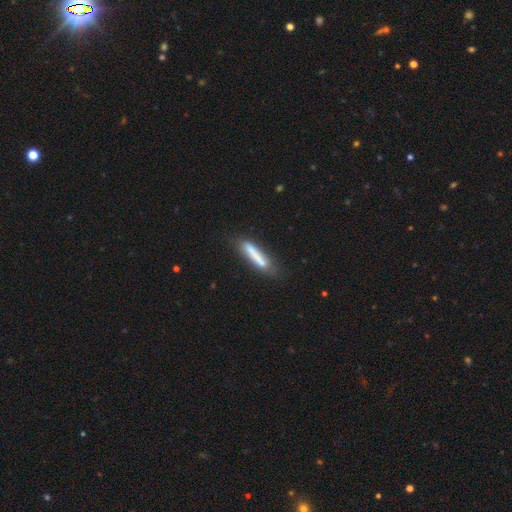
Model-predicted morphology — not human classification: Overall: smooth (71%). How rounded: cigar-shaped (89%). Merging: none (69%).